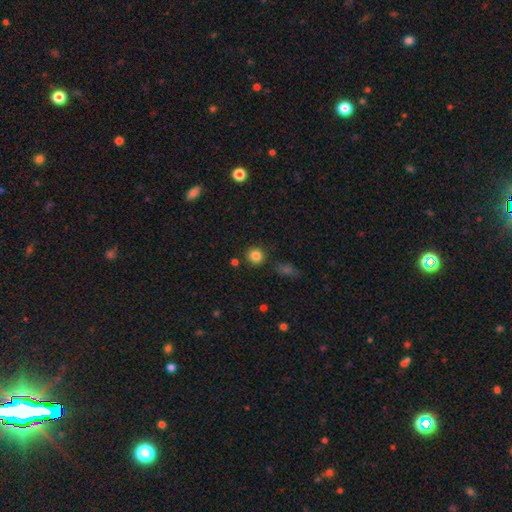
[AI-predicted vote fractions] smooth 84%, star or artifact 11%, featured or disk 5%. Down the decision tree: how rounded — round (92%); merging — none (85%).